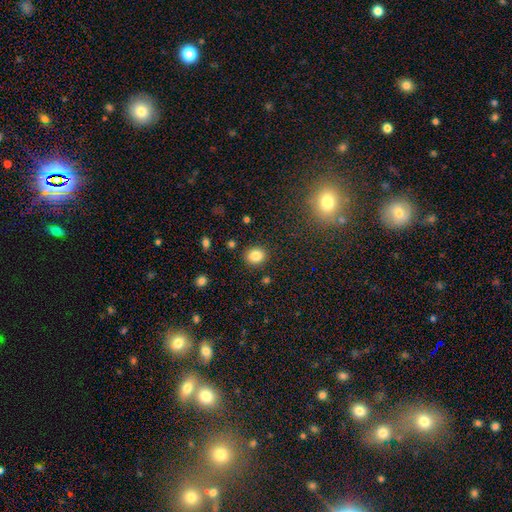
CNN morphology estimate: type=smooth (84%); roundness=round (73%); merging=none (88%).